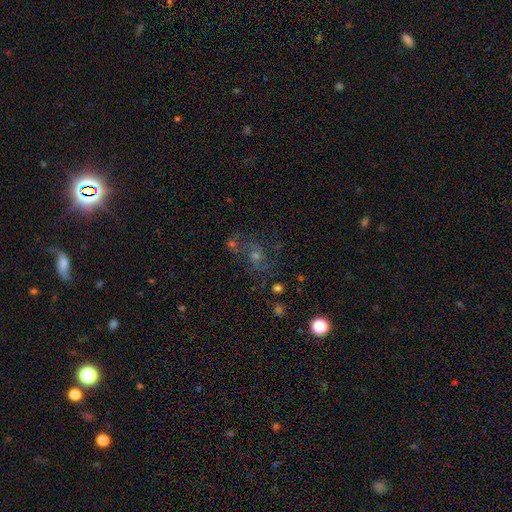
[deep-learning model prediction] A featured or disk galaxy (40%).

Vote fractions:
- Smooth or featured? featured or disk: 40% / star or artifact: 30% / smooth: 30%
- Merging? none: 50% / merger: 20% / minor disturbance: 15% / major disturbance: 15%